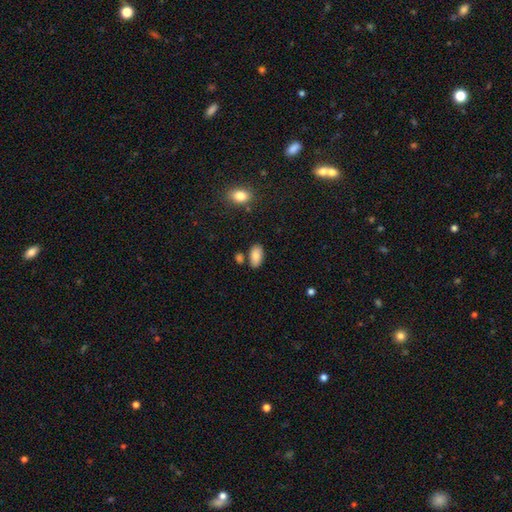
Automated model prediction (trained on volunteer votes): smooth_or_featured: smooth (p=0.85) [alt: star or artifact p=0.07]
how_rounded: in between (p=0.94) [alt: round p=0.04]
merging: none (p=0.77) [alt: minor disturbance p=0.13]